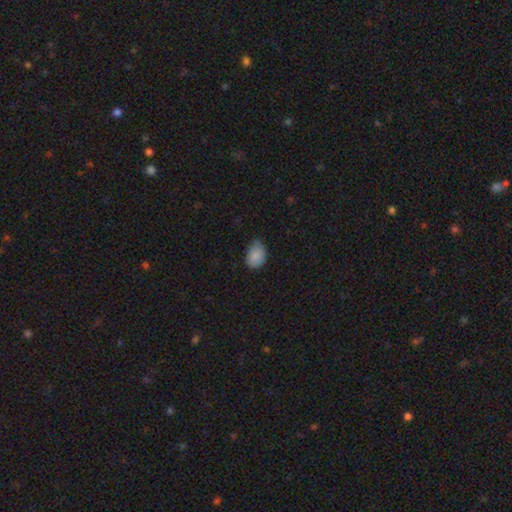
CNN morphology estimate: smooth_or_featured: smooth (p=0.86) [alt: star or artifact p=0.08]
how_rounded: in between (p=0.74) [alt: round p=0.25]
merging: none (p=0.52) [alt: minor disturbance p=0.40]